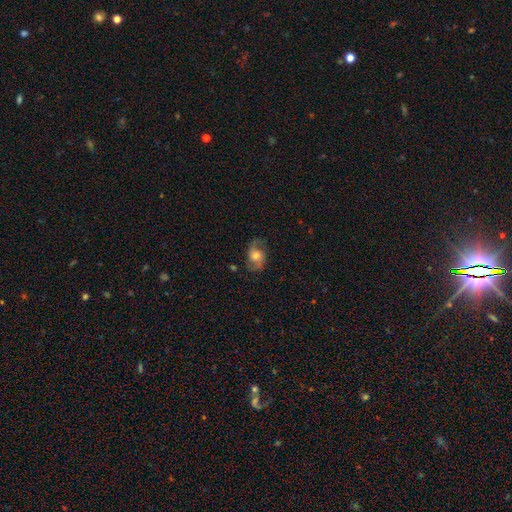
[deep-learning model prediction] Smooth or featured?
  - featured or disk: 69% *
  - smooth: 22%
  - star or artifact: 8%
Edge-on disk?
  - no: 97% *
  - yes: 3%
Bar?
  - no: 58% *
  - weak: 35%
  - strong: 7%
Spiral arms?
  - yes: 92% *
  - no: 8%
Spiral winding?
  - medium: 44% * (tied)
  - loose: 44% * (tied)
  - tight: 12%
Spiral arm count?
  - 2: 89% *
  - can't tell: 5%
  - 1: 3%
  - 3: 1%
  - 4: 1%
  - more than 4: 1%
Bulge size?
  - moderate: 54% *
  - small: 21%
  - large: 19%
  - none: 4%
  - dominant: 2%
Merging?
  - none: 73% *
  - minor disturbance: 17%
  - major disturbance: 8%
  - merger: 2%